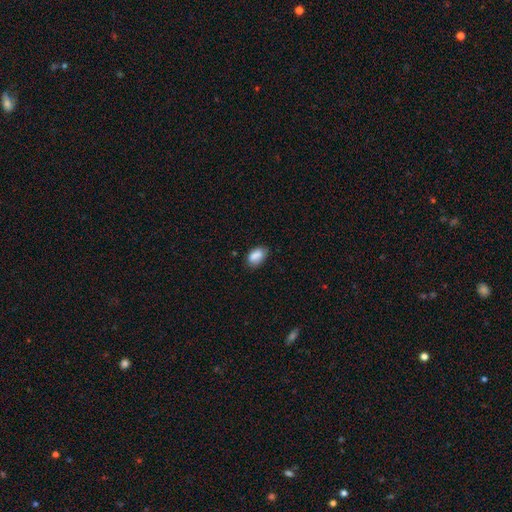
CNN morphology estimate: Smooth or featured?
  - smooth: 85% *
  - star or artifact: 8%
  - featured or disk: 7%
How rounded?
  - in between: 90% *
  - round: 8%
  - cigar-shaped: 2%
Merging?
  - none: 69% *
  - minor disturbance: 24%
  - major disturbance: 4%
  - merger: 3%